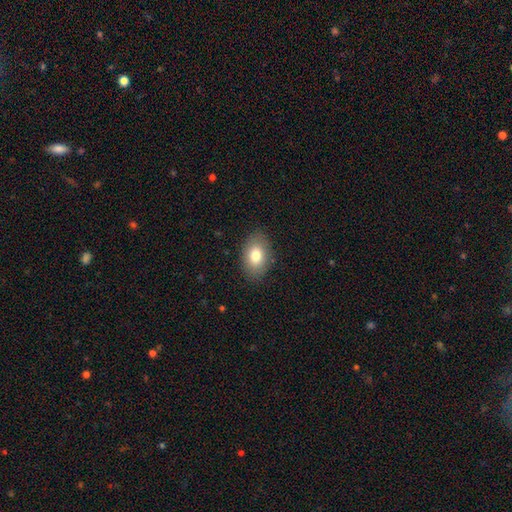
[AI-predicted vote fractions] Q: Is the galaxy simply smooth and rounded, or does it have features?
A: smooth — 79%.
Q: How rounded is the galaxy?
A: in between — 87%.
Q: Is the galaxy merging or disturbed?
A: none — 86%.